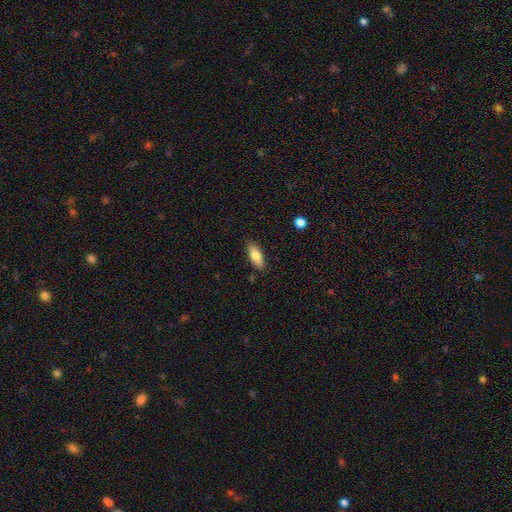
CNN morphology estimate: Smooth or featured? Predicted: smooth (p=0.81). How rounded? Predicted: in between (p=0.81). Merging? Predicted: none (p=0.86).